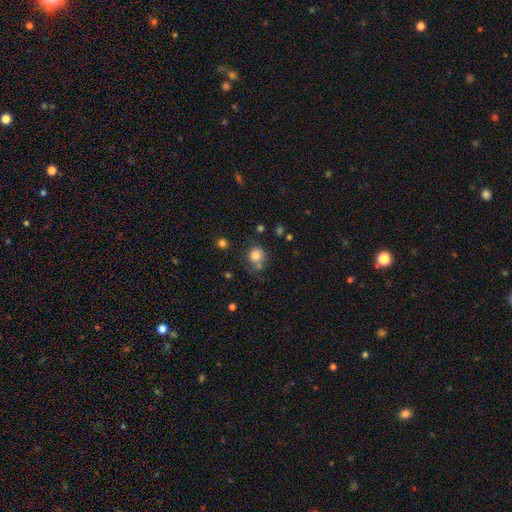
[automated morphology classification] A smooth galaxy with no disk features (82%) that is round (86%). Merging: none (63%).